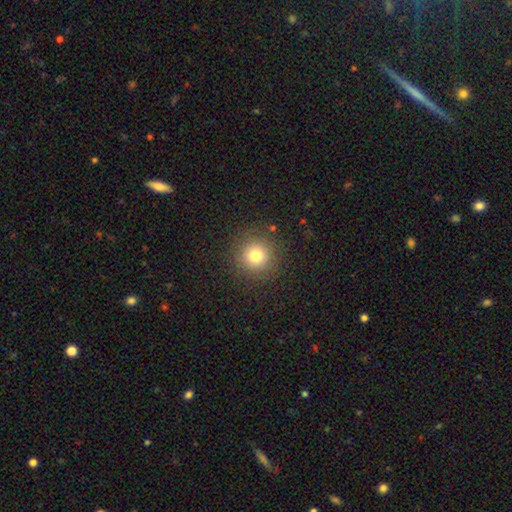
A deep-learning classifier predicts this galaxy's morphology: A smooth galaxy with no disk features (77%) that is round (94%). Merging: none (89%).